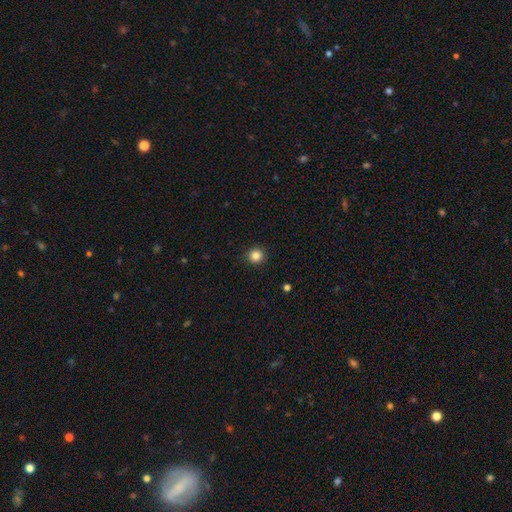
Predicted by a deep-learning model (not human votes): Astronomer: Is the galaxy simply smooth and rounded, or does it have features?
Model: smooth — 84%.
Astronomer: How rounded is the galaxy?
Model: round — 93%.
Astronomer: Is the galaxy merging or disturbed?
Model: none — 92%.